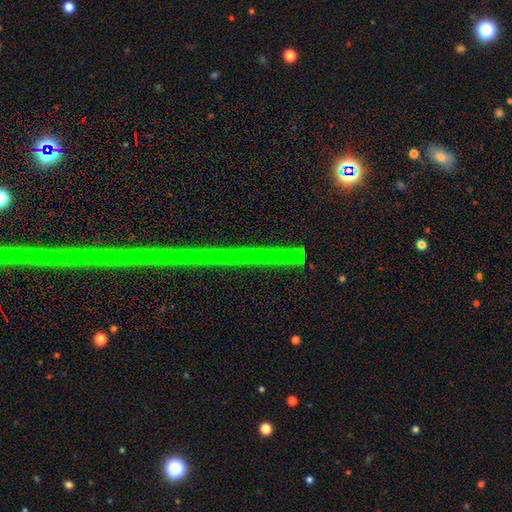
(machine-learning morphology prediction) Q: Smooth or featured?
A: star or artifact (82%); runner-up: featured or disk (11%)